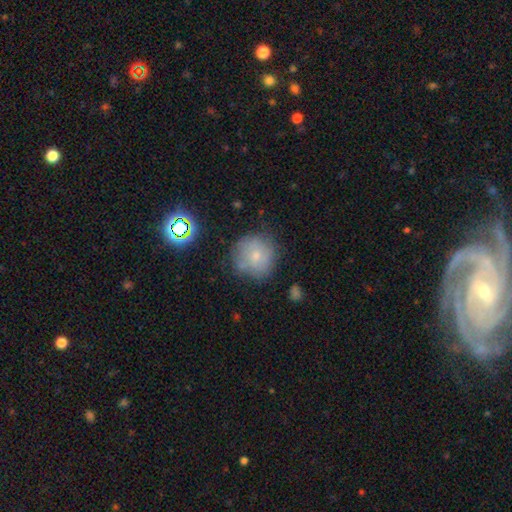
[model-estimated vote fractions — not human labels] Smooth or featured?
  - smooth: 62% *
  - featured or disk: 25%
  - star or artifact: 13%
How rounded?
  - round: 90% *
  - in between: 9%
  - cigar-shaped: 1%
Merging?
  - none: 66% *
  - minor disturbance: 21%
  - major disturbance: 7%
  - merger: 5%